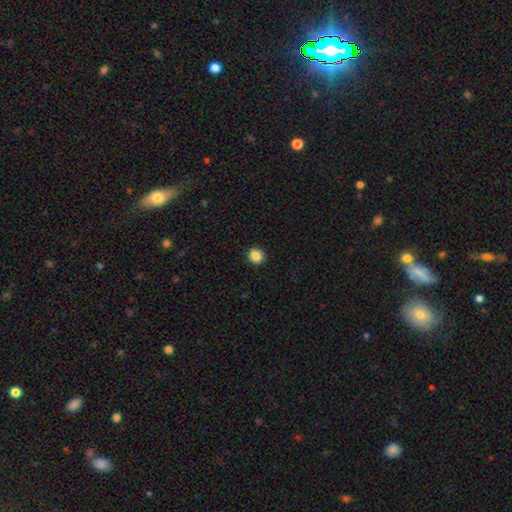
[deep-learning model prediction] Smooth or featured? smooth (86%)
How rounded? round (89%)
Merging? none (93%)